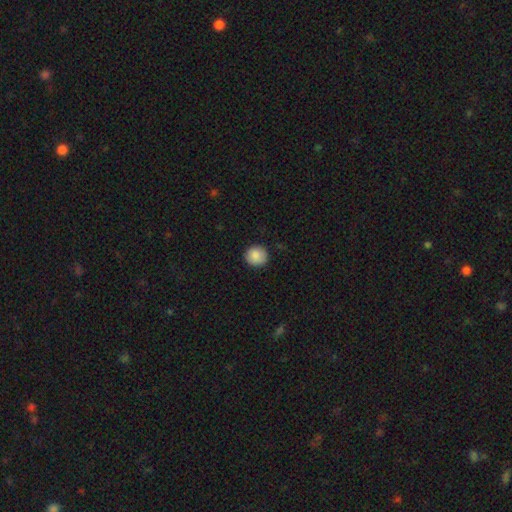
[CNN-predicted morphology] The model was most divided on "smooth or featured": smooth: 88%, star or artifact: 8%, featured or disk: 4%. More confident: how rounded — round (90%); merging — none (89%).